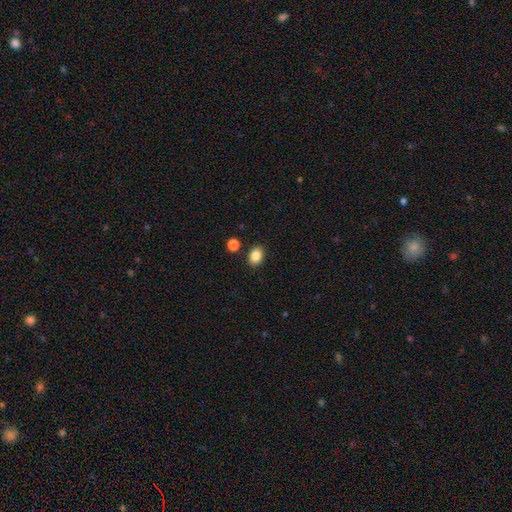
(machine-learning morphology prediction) smooth 86%, star or artifact 9%, featured or disk 5%. Down the decision tree: how rounded — in between (69%); merging — none (86%).